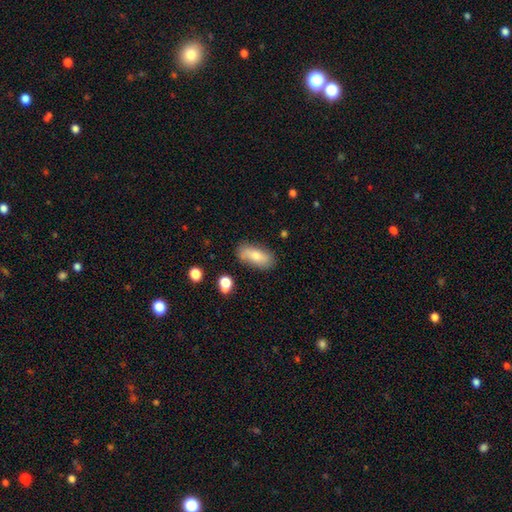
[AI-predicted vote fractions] The model was most divided on "smooth or featured": smooth: 74%, featured or disk: 18%, star or artifact: 8%. More confident: how rounded — in between (82%); merging — none (75%).